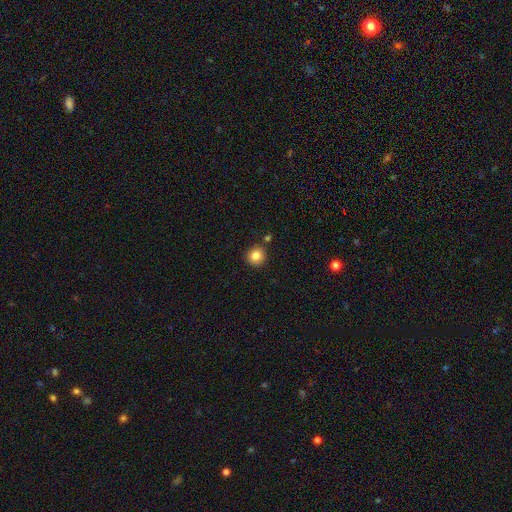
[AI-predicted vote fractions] Morphology: type=smooth (83%); roundness=round (92%); merging=none (86%).